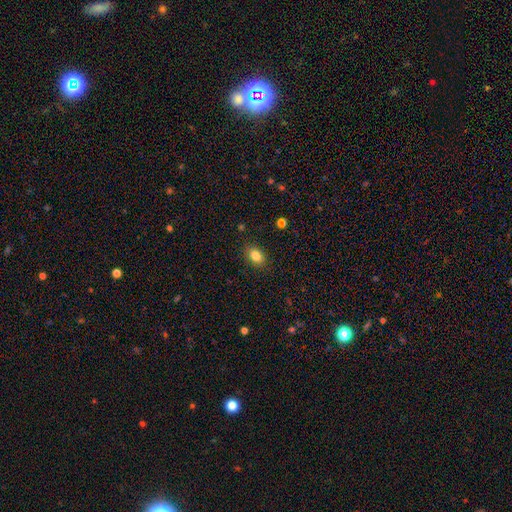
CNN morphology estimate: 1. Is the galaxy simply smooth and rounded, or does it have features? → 83% smooth, 10% star or artifact, 7% featured or disk.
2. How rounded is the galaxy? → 78% in between, 20% round, 1% cigar-shaped.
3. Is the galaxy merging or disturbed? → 87% none, 9% minor disturbance, 2% major disturbance, 1% merger.